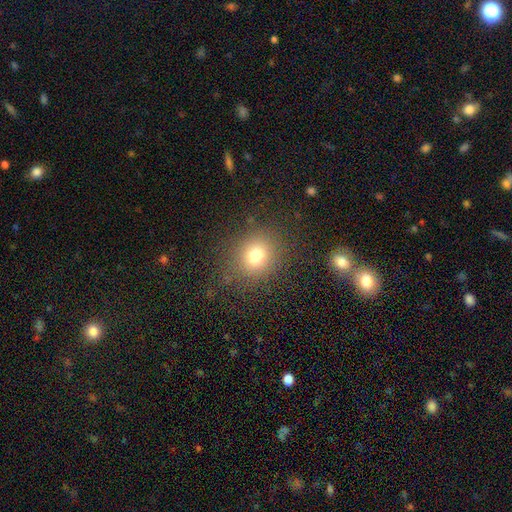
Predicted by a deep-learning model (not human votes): Morphology: type=smooth (75%); roundness=round (78%); merging=none (84%).